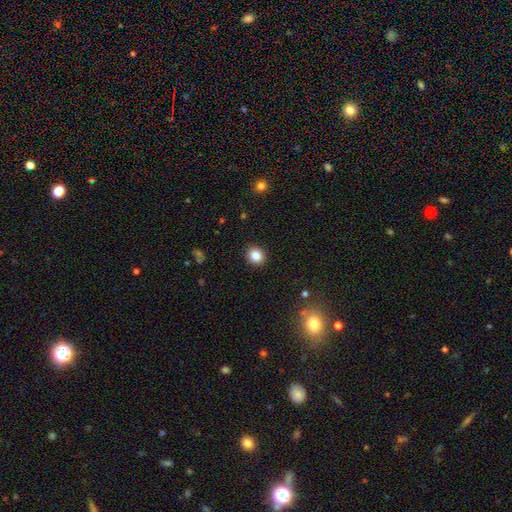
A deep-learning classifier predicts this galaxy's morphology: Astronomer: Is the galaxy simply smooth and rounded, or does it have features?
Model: smooth — 84%.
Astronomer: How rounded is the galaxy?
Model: round — 74%.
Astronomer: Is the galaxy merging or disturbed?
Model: none — 91%.